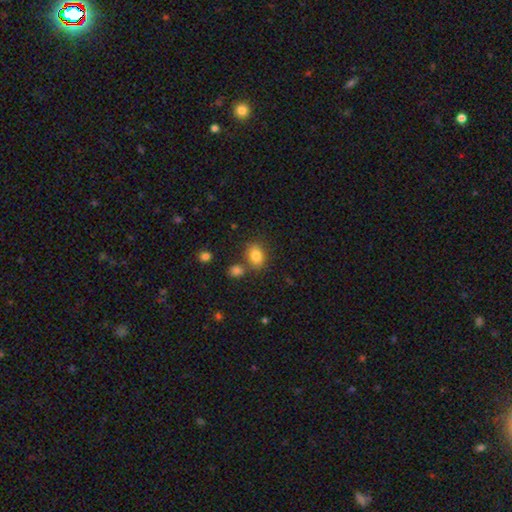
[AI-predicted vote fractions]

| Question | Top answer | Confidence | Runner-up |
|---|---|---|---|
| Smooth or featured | smooth | 83% | star or artifact (9%) |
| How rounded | in between | 76% | round (22%) |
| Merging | none | 67% | merger (16%) |